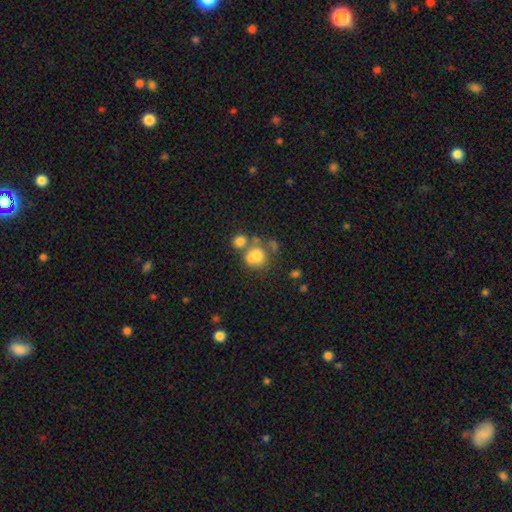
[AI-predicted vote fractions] smooth 71%, featured or disk 17%, star or artifact 12%. Down the decision tree: how rounded — round (79%); merging — merger (41%, tied with none).